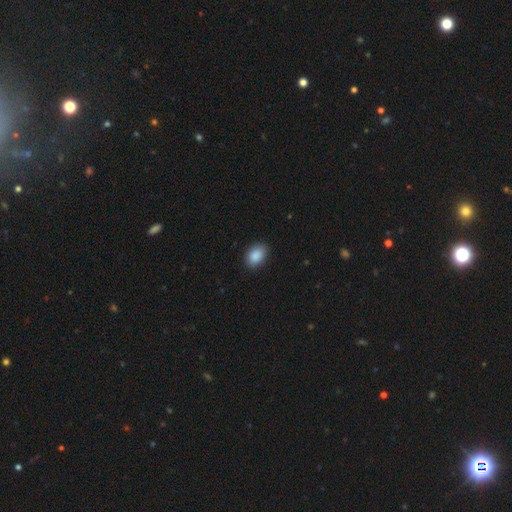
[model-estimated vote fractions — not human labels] smooth-or-featured: smooth: 89% | star or artifact: 7% | featured or disk: 4%
  how-rounded: in between: 80% | round: 19% | cigar-shaped: 1%
  merging: none: 87% | minor disturbance: 10% | major disturbance: 2% | merger: 1%